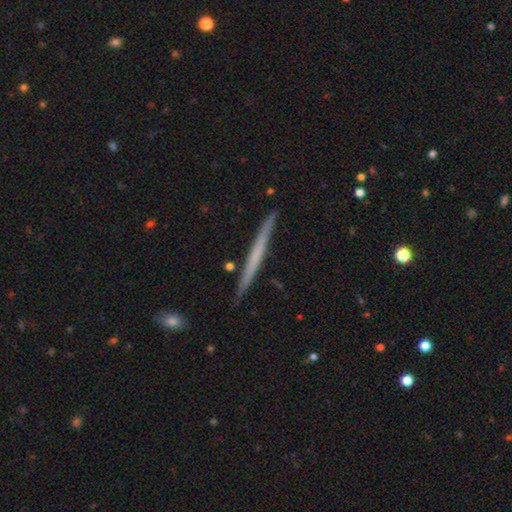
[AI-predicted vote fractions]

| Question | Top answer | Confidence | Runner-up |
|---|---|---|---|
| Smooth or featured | featured or disk | 55% | smooth (40%) |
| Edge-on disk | yes | 98% | no (2%) |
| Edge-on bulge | none | 88% | rounded (7%) |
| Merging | none | 91% | minor disturbance (6%) |